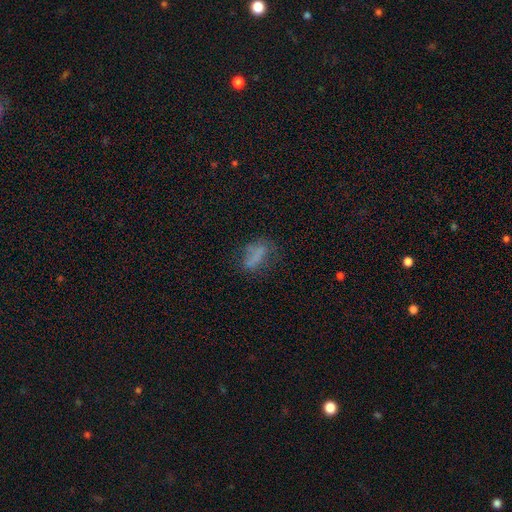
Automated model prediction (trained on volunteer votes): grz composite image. It shows a smooth galaxy with no disk features (59%) that is in between round and cigar-shaped (74%). Merging: none (46%).